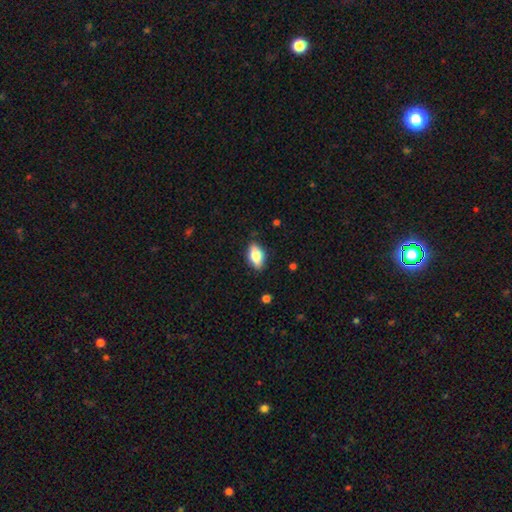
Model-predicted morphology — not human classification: smooth-or-featured: smooth: 72% | featured or disk: 20% | star or artifact: 8%
  how-rounded: in between: 87% | cigar-shaped: 7% | round: 6%
  merging: none: 83% | minor disturbance: 13% | major disturbance: 3% | merger: 1%